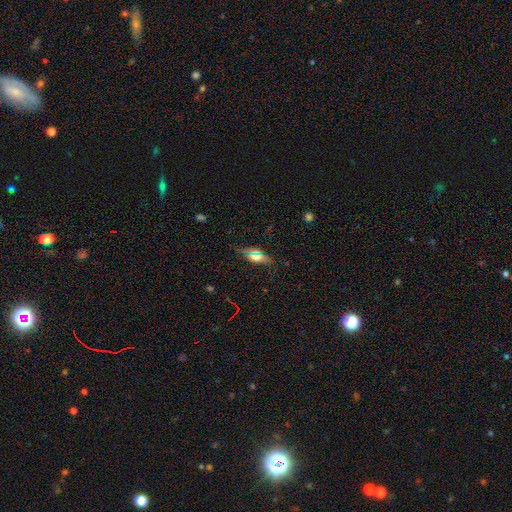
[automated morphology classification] A smooth galaxy with no disk features (55%) that is in between round and cigar-shaped (69%). Merging: none (79%).